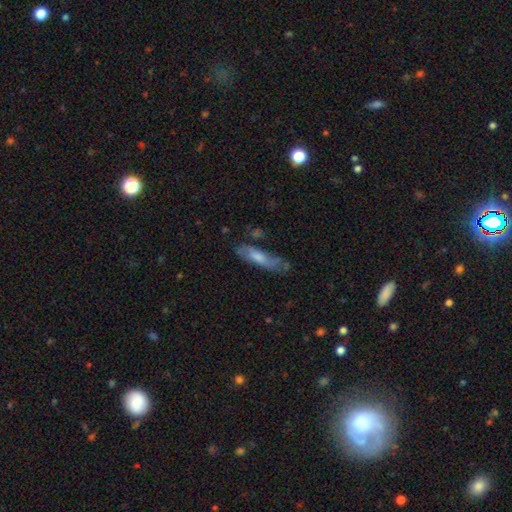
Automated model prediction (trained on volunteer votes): The model was most divided on "smooth or featured": featured or disk: 50%, smooth: 40%, star or artifact: 10%. More confident: merging — none (62%); edge-on disk — no (57%).